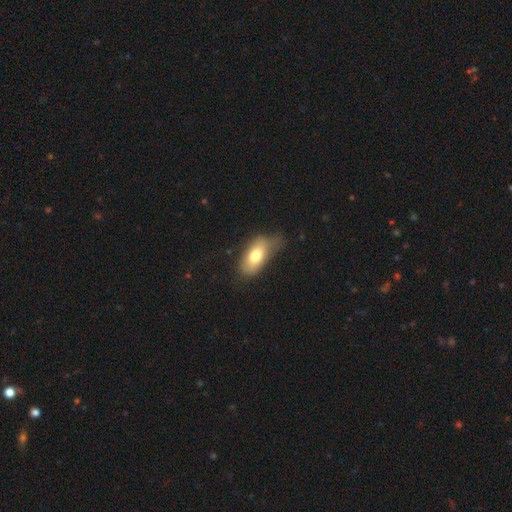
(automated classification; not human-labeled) Smooth or featured? Predicted: smooth (p=0.74). How rounded? Predicted: in between (p=0.89). Merging? Predicted: none (p=0.49).